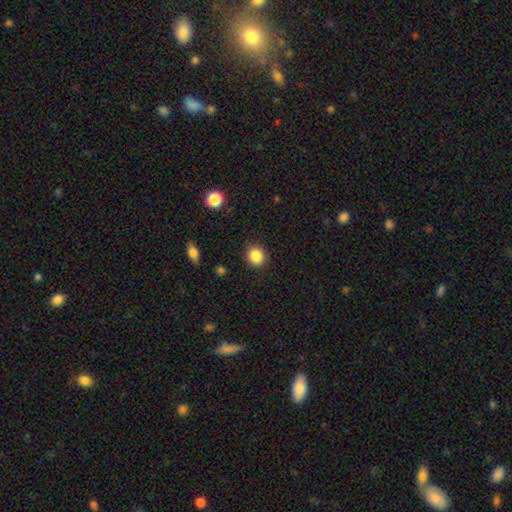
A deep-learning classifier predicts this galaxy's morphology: A smooth galaxy with no disk features (86%) that is round (78%).

Vote fractions:
- Smooth or featured? smooth: 86% / star or artifact: 10% / featured or disk: 4%
- How rounded? round: 78% / in between: 21% / cigar-shaped: 1%
- Merging? none: 90% / minor disturbance: 7% / major disturbance: 2% / merger: 1%